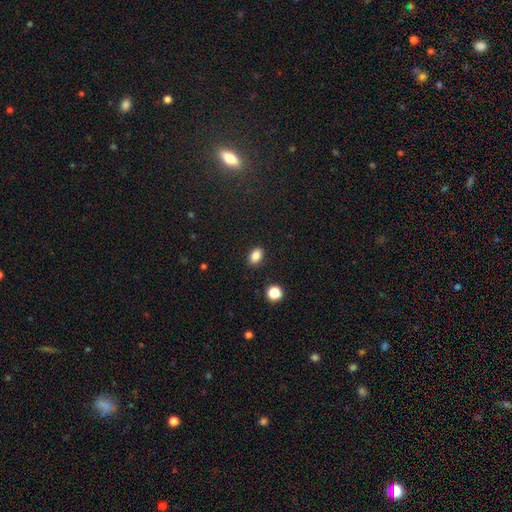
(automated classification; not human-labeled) This is clearly a smooth galaxy (86%). How rounded: clearly in between (81%). Merging: clearly none (88%).